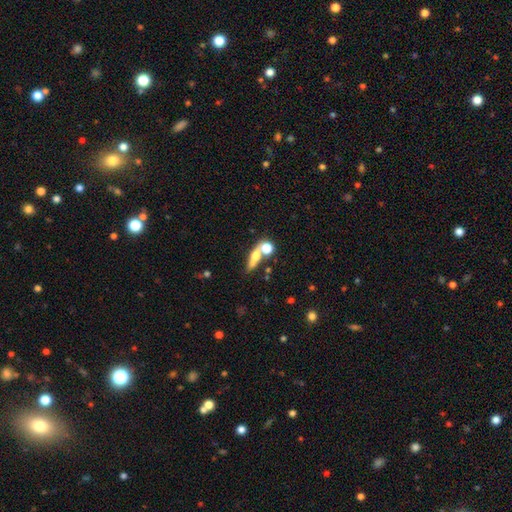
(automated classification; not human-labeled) The model was most divided on "merging": none: 44%, merger: 38%, minor disturbance: 11%, major disturbance: 7%. Remaining: smooth or featured — smooth (55%); how rounded — in between (40%).